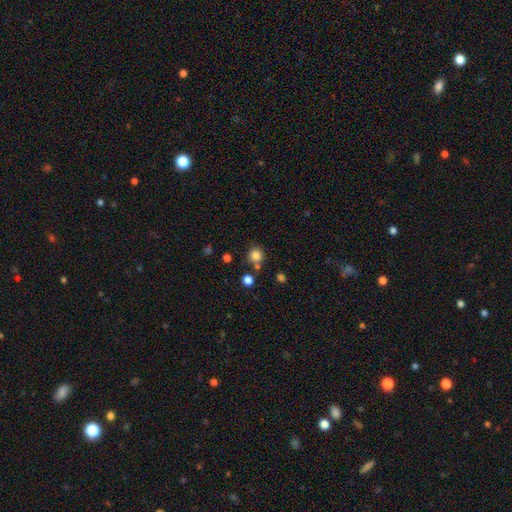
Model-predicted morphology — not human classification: smooth_or_featured: smooth (p=0.82) [alt: star or artifact p=0.13]
how_rounded: round (p=0.92) [alt: in between p=0.07]
merging: none (p=0.73) [alt: merger p=0.13]